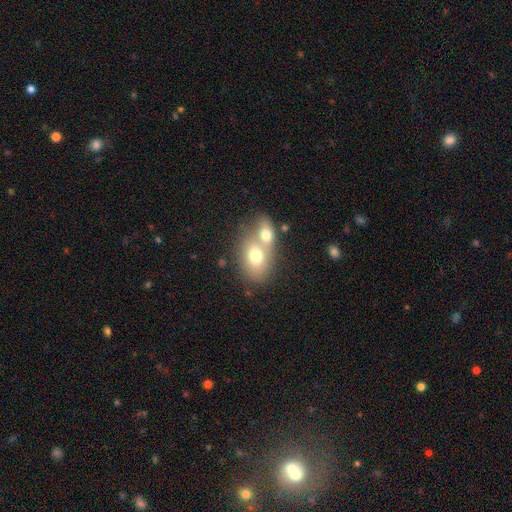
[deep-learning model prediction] Smooth or featured?
  - smooth: 70% *
  - featured or disk: 21%
  - star or artifact: 8%
How rounded?
  - in between: 75% *
  - round: 24%
  - cigar-shaped: 2%
Merging?
  - merger: 59% *
  - none: 29%
  - minor disturbance: 8%
  - major disturbance: 4%